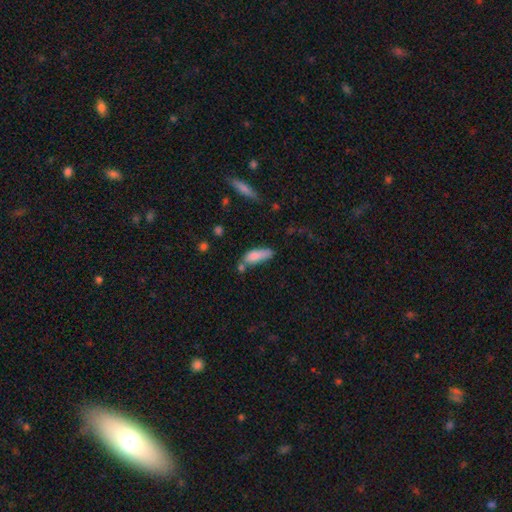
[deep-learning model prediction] Morphology: type=smooth (82%); roundness=in between (59%); merging=none (48%).